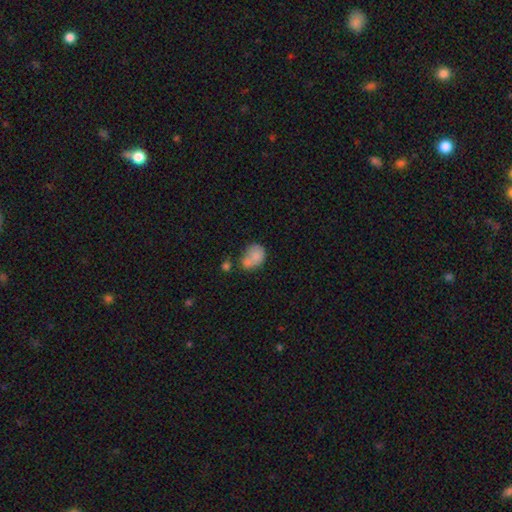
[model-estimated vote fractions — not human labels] smooth 78%, featured or disk 14%, star or artifact 8%. Down the decision tree: how rounded — in between (58%); merging — merger (41%).